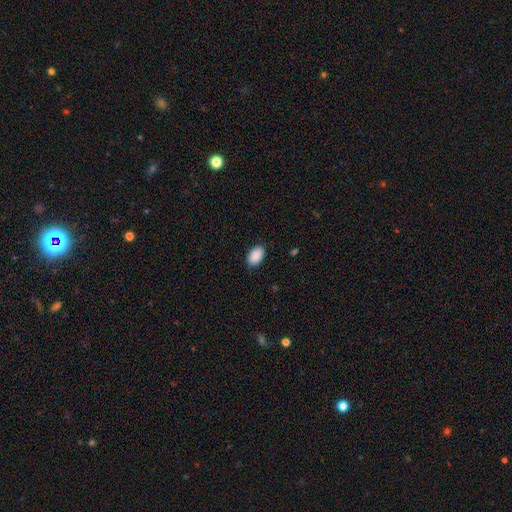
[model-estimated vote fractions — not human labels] Smooth or featured?
  - smooth: 91% *
  - star or artifact: 7%
  - featured or disk: 3%
How rounded?
  - in between: 90% *
  - round: 9%
  - cigar-shaped: 1%
Merging?
  - none: 85% *
  - minor disturbance: 12%
  - major disturbance: 2%
  - merger: 1%